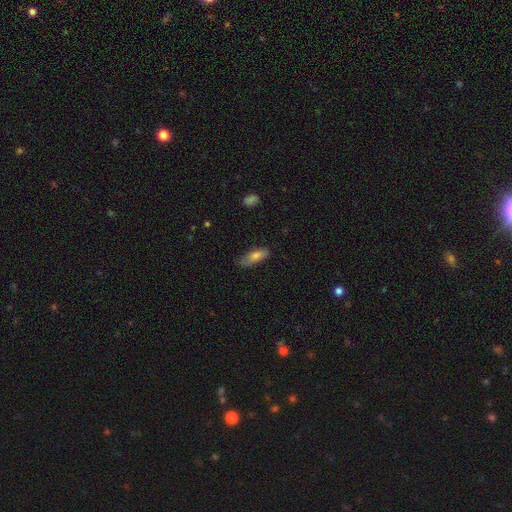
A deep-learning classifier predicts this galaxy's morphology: A smooth galaxy with no disk features (75%) that is in between round and cigar-shaped (64%).

Vote fractions:
- Smooth or featured? smooth: 75% / featured or disk: 19% / star or artifact: 7%
- How rounded? in between: 64% / cigar-shaped: 34% / round: 2%
- Merging? none: 62% / minor disturbance: 30% / major disturbance: 7% / merger: 2%